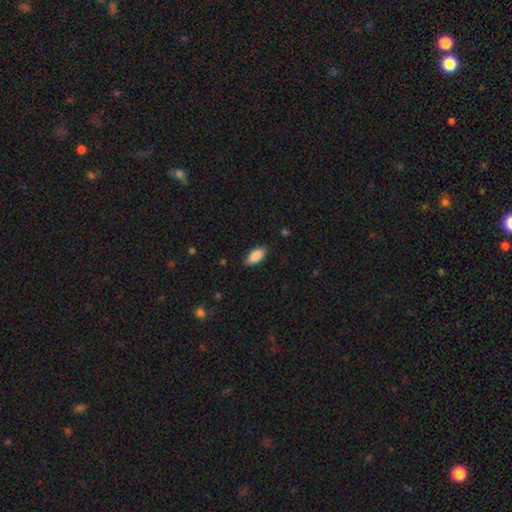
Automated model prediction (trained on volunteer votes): A smooth galaxy with no disk features (87%) that is in between round and cigar-shaped (90%). Merging: none (82%).